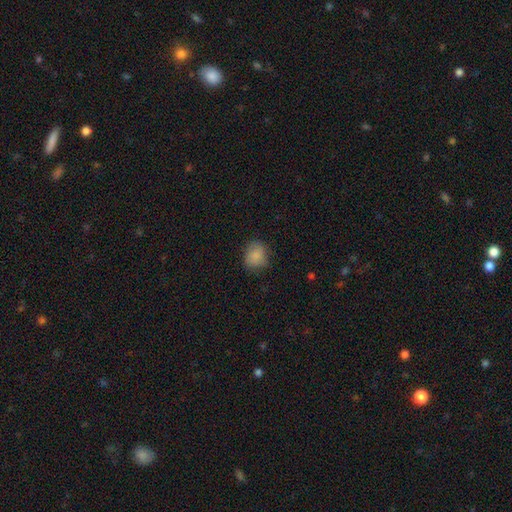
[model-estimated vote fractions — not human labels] This is clearly a smooth galaxy (85%). How rounded: likely round (68%). Merging: likely none (73%).